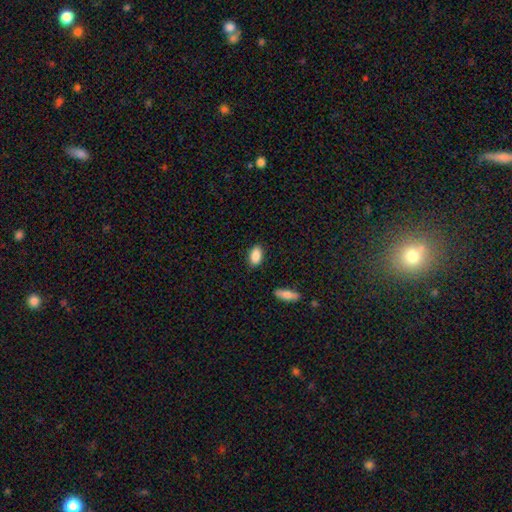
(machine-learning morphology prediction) Smooth or featured?
  - smooth: 88% *
  - star or artifact: 7%
  - featured or disk: 5%
How rounded?
  - in between: 92% *
  - round: 4%
  - cigar-shaped: 4%
Merging?
  - none: 86% *
  - minor disturbance: 10%
  - major disturbance: 2%
  - merger: 2%